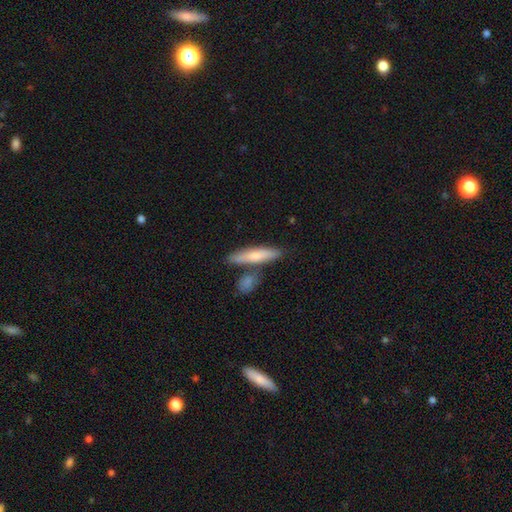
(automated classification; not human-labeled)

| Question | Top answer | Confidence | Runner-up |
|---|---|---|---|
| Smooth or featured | smooth | 69% | featured or disk (25%) |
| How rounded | cigar-shaped | 82% | in between (16%) |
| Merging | none | 70% | merger (16%) |